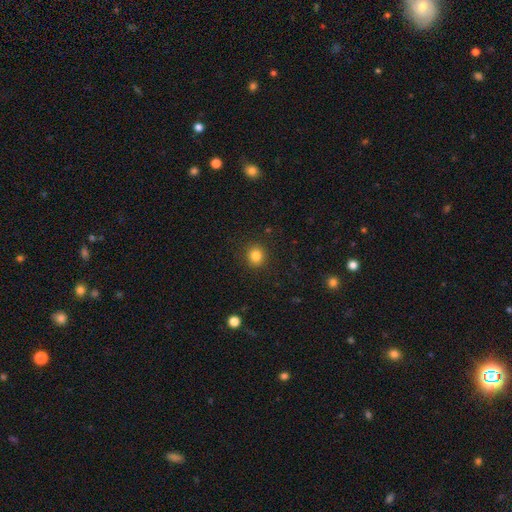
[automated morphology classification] Smooth or featured: smooth — 83% (star or artifact — 12%)
How rounded: round — 87% (in between — 12%)
Merging: none — 91% (minor disturbance — 6%)